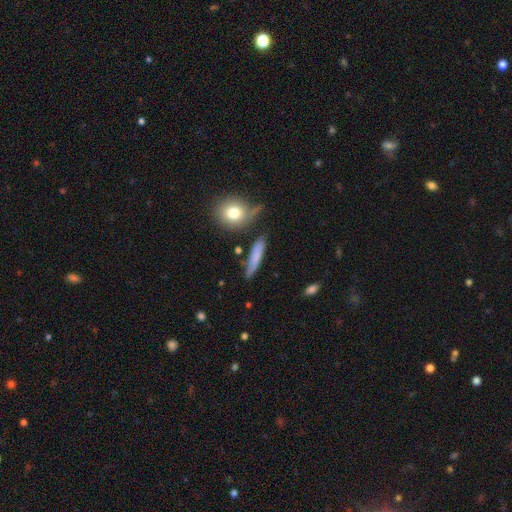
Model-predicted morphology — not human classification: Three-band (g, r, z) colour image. It shows a smooth galaxy with no disk features (68%) that is cigar-shaped (84%). Merging: none (75%).